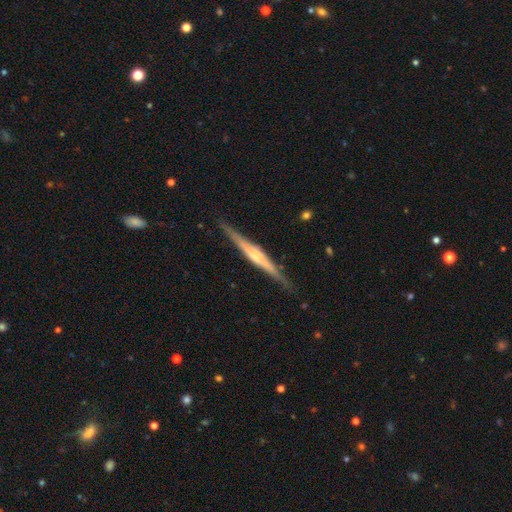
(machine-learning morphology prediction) featured or disk 76%, smooth 18%, star or artifact 5%. Down the decision tree: edge-on disk — yes (98%); edge-on bulge — rounded (66%); merging — none (88%).